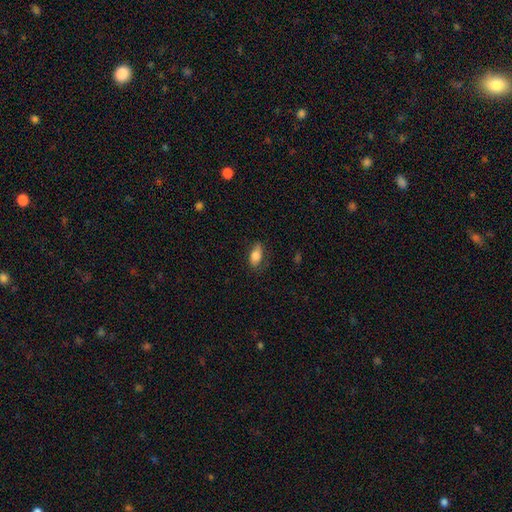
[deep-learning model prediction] A smooth galaxy with no disk features (79%) that is in between round and cigar-shaped (86%).

Vote fractions:
- Smooth or featured? smooth: 79% / featured or disk: 13% / star or artifact: 7%
- How rounded? in between: 86% / cigar-shaped: 9% / round: 4%
- Merging? none: 74% / minor disturbance: 19% / major disturbance: 5% / merger: 1%